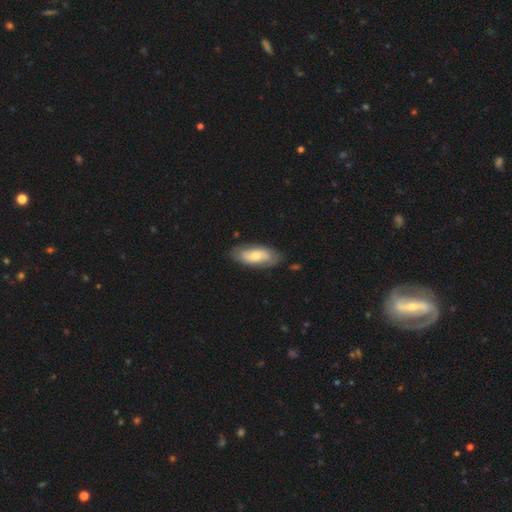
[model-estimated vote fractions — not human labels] Smooth or featured? Predicted: smooth (p=0.48). Merging? Predicted: none (p=0.79).